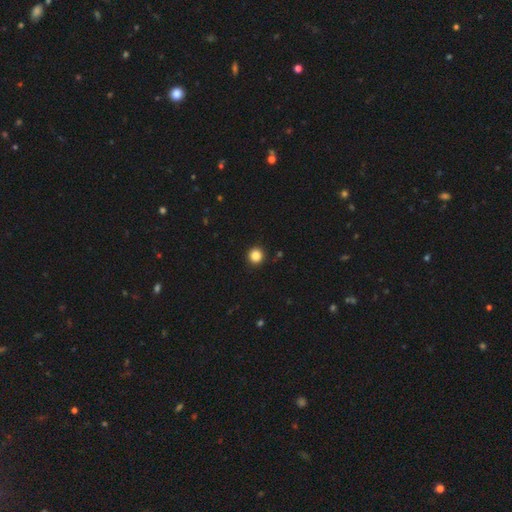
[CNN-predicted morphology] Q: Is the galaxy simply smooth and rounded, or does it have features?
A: smooth — 86%.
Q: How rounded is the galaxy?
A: round — 95%.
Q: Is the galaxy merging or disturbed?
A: none — 93%.